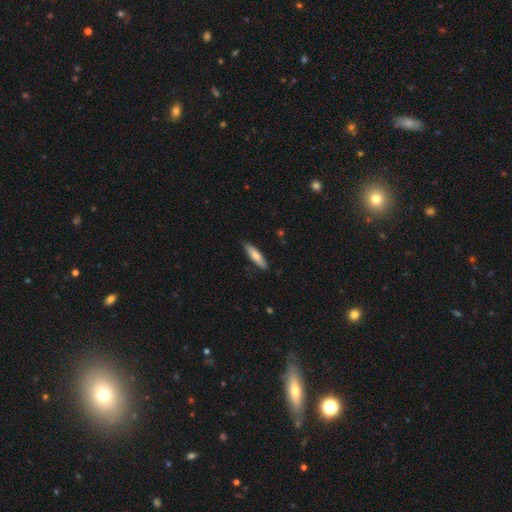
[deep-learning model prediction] Overall: smooth (75%). How rounded: cigar-shaped (74%). Merging: none (86%).